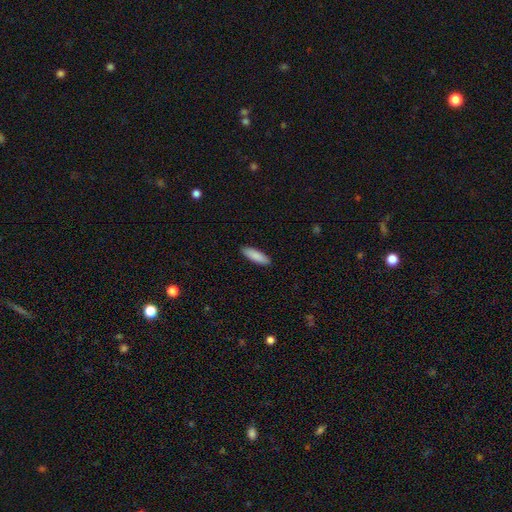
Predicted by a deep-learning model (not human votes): Smooth or featured? smooth (89%)
How rounded? cigar-shaped (51%)
Merging? none (91%)